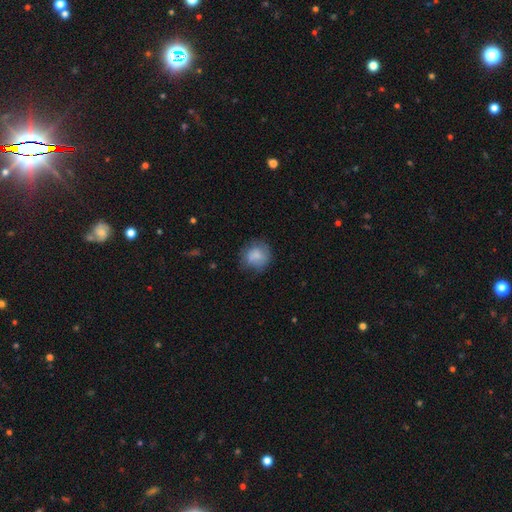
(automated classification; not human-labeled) Q: Smooth or featured?
A: smooth (77%); runner-up: featured or disk (15%)
Q: How rounded?
A: round (83%); runner-up: in between (16%)
Q: Merging?
A: none (63%); runner-up: minor disturbance (24%)